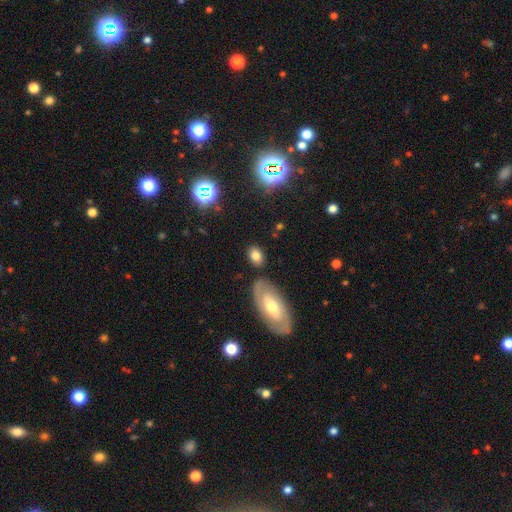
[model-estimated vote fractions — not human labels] smooth-or-featured: smooth: 79% | featured or disk: 11% | star or artifact: 10%
  how-rounded: in between: 81% | round: 17% | cigar-shaped: 2%
  merging: none: 77% | minor disturbance: 14% | merger: 5% | major disturbance: 4%